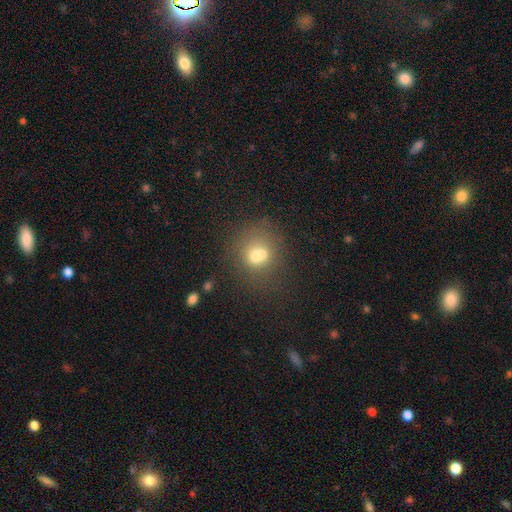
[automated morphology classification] The model was most divided on "merging": merger: 45%, none: 40%, minor disturbance: 10%, major disturbance: 5%. More confident: how rounded — round (79%); smooth or featured — smooth (64%).